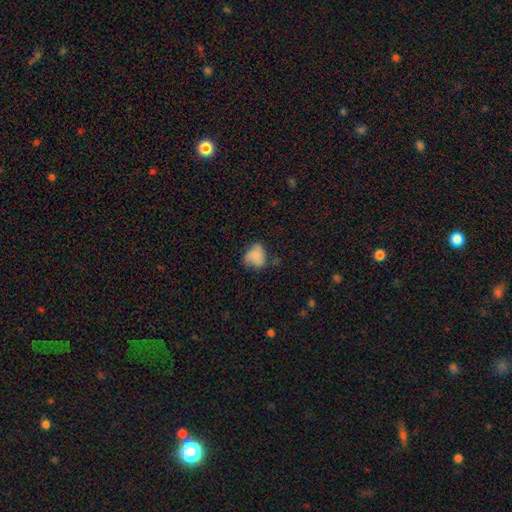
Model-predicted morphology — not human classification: Smooth or featured?
  - smooth: 72% *
  - featured or disk: 18%
  - star or artifact: 10%
How rounded?
  - round: 50% *
  - in between: 48%
  - cigar-shaped: 1%
Merging?
  - none: 49% *
  - minor disturbance: 32%
  - major disturbance: 16%
  - merger: 3%